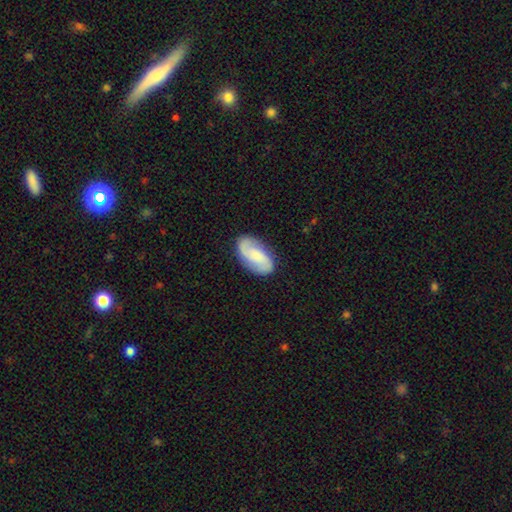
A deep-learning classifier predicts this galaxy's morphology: This appears to be a featured or disk galaxy (66%) with no bar (48%), 2 (90%) medium (43%) spiral arms (94%) and a small central bulge (30%). Merging: none (82%).